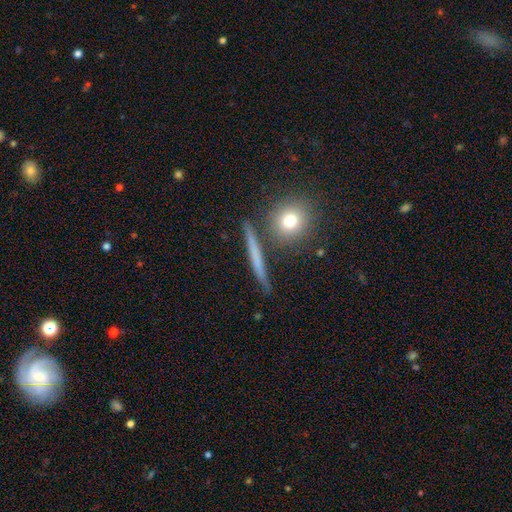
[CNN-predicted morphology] smooth 46%, featured or disk 45%, star or artifact 9%. Down the decision tree: merging — none (84%).